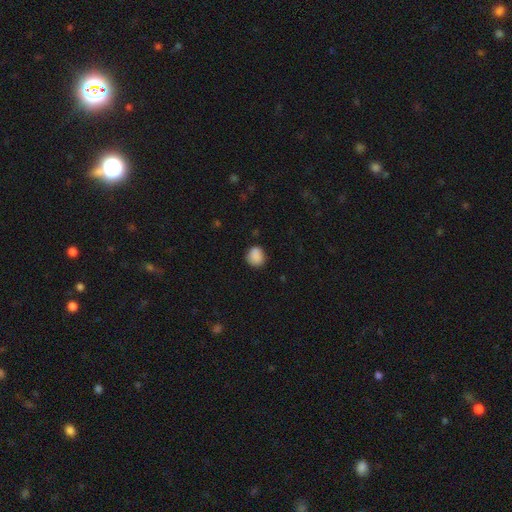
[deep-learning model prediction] Morphology: type=smooth (88%); roundness=round (77%); merging=none (81%).